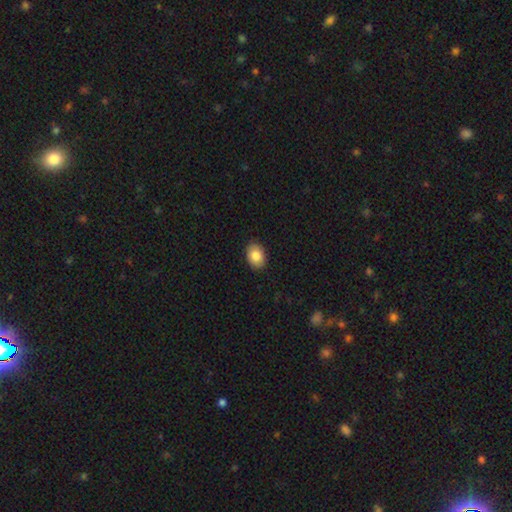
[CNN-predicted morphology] type=smooth (85%); roundness=in between (77%); merging=none (89%).